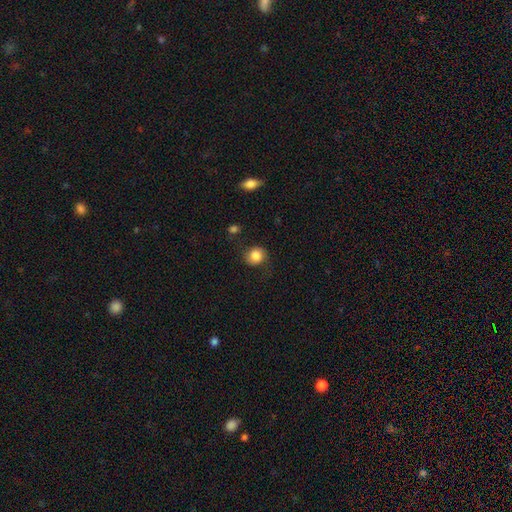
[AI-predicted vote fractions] Smooth or featured? smooth (82%)
How rounded? round (78%)
Merging? none (72%)